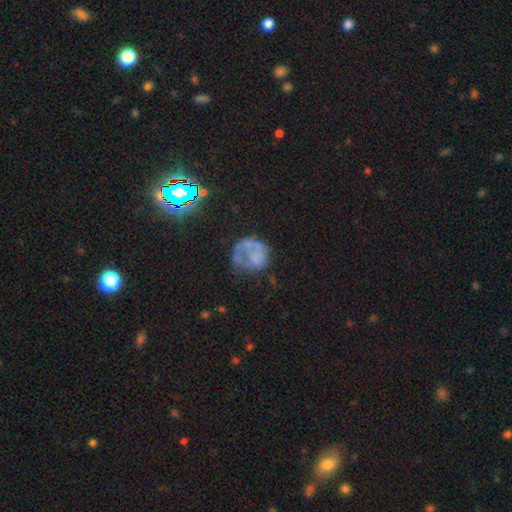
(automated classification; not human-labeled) A featured or disk galaxy (44%). Merging: none (40%).